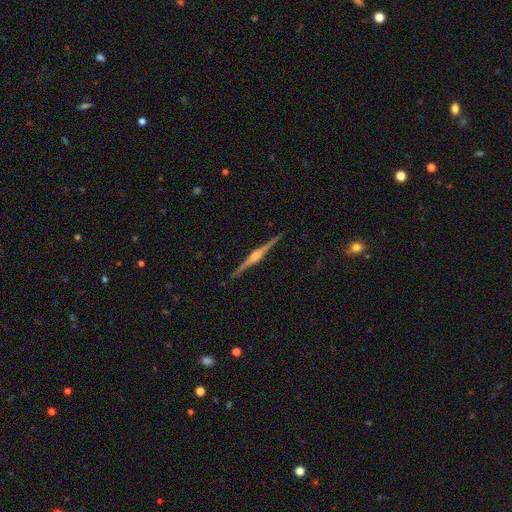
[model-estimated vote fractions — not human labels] The model was most divided on "edge-on bulge": rounded: 79%, boxy: 16%, none: 5%. More confident: edge-on disk — yes (99%); merging — none (91%); smooth or featured — featured or disk (86%).